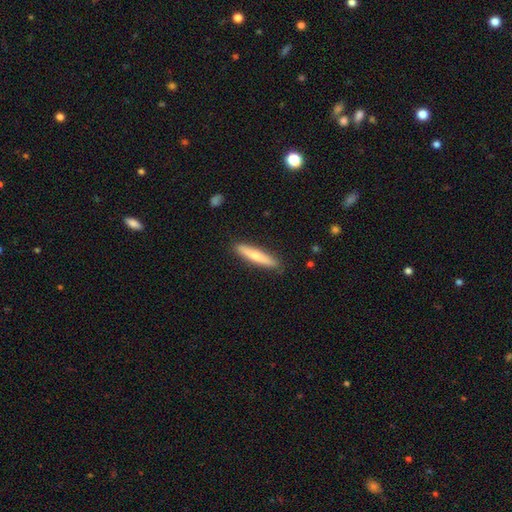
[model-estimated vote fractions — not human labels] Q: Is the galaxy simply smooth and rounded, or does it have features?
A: smooth — 60%.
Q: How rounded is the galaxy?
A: cigar-shaped — 90%.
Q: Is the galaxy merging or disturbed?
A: none — 89%.